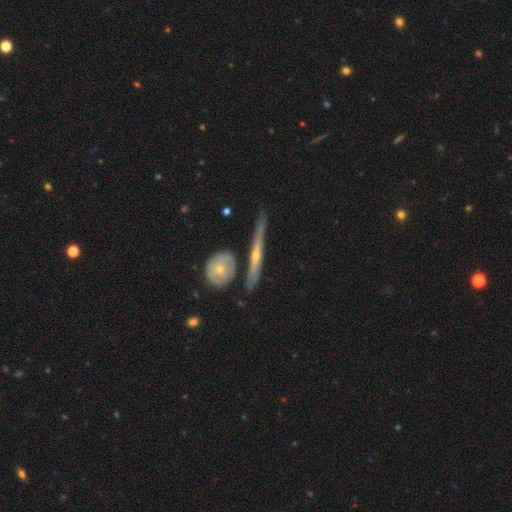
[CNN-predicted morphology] The model was most divided on "edge-on bulge": rounded: 66%, none: 30%, boxy: 4%. More confident: edge-on disk — yes (91%); merging — none (73%); smooth or featured — featured or disk (70%).